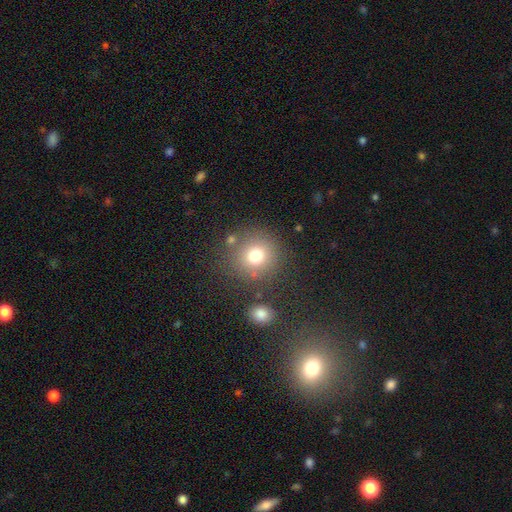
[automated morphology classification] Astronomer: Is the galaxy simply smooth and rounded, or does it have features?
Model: smooth — 75%.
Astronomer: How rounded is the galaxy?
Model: round — 91%.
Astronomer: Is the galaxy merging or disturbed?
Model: none — 77%.